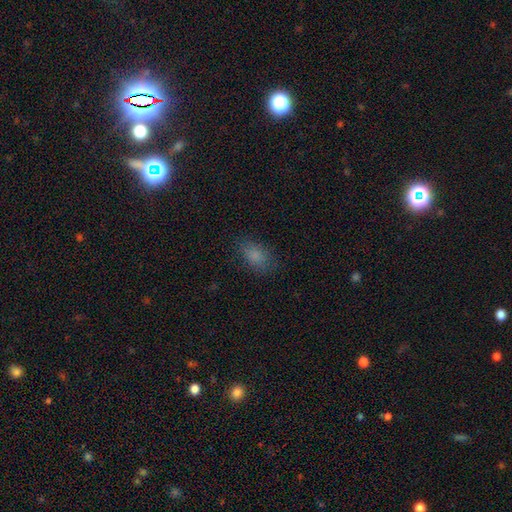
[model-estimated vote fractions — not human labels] smooth 81%, star or artifact 11%, featured or disk 8%. Down the decision tree: how rounded — in between (86%); merging — none (77%).